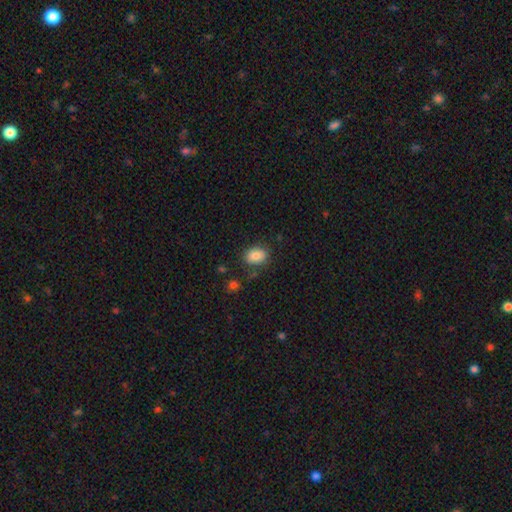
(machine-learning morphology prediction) The model was most divided on "how rounded": in between: 79%, round: 20%, cigar-shaped: 1%. More confident: smooth or featured — smooth (86%); merging — none (80%).